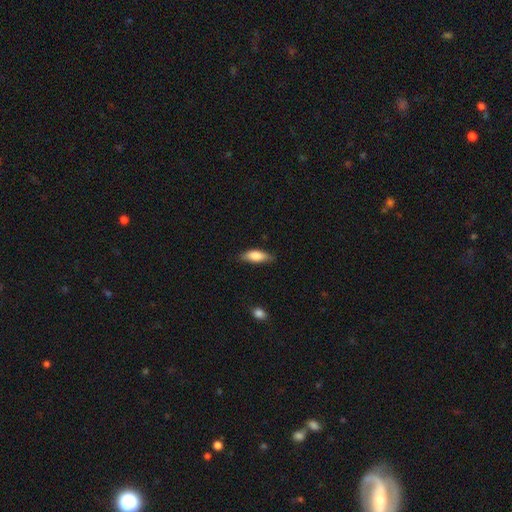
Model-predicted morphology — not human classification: This is clearly a smooth galaxy (80%). How rounded: likely in between (68%). Merging: likely none (77%).